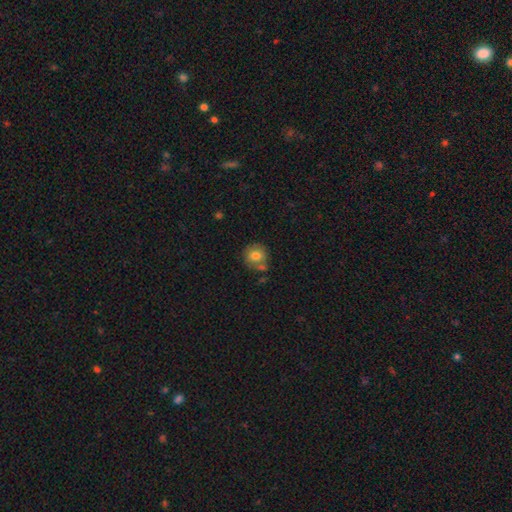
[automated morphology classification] This is likely a smooth galaxy (77%). How rounded: clearly round (87%). Merging: likely none (67%).